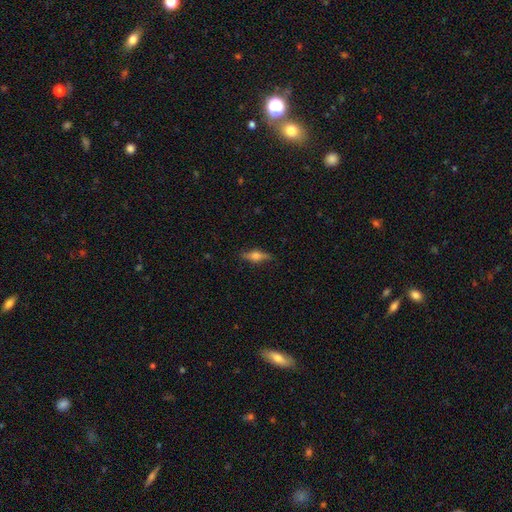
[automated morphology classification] featured or disk 56%, smooth 36%, star or artifact 8%. Down the decision tree: edge-on disk — yes (95%); edge-on bulge — rounded (89%); merging — none (85%).